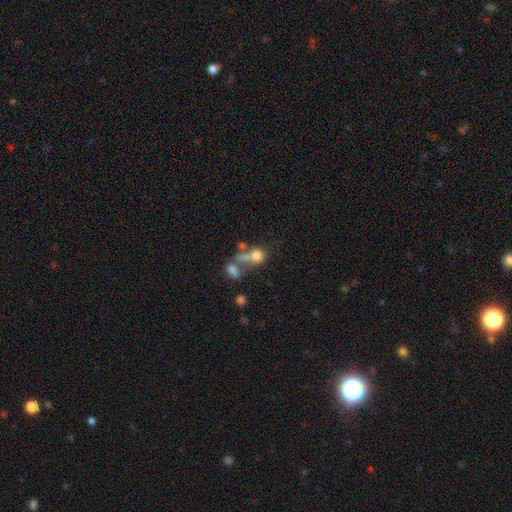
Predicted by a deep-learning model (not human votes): Overall: smooth (55%; featured or disk 24%). How rounded: round (63%; in between 32%). Merging: merger (46%; none 32%).